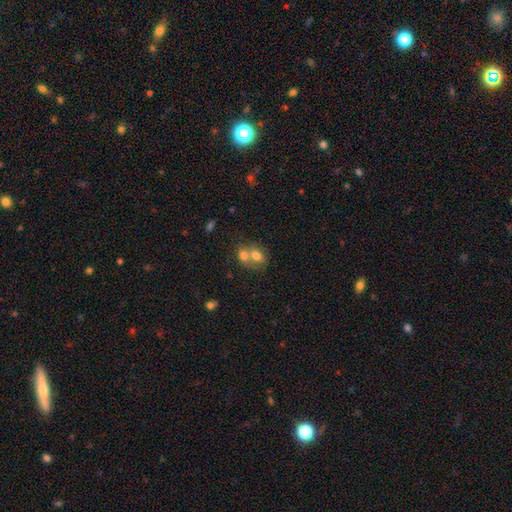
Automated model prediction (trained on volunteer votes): smooth 70%, featured or disk 20%, star or artifact 9%. Down the decision tree: how rounded — in between (53%); merging — merger (64%).